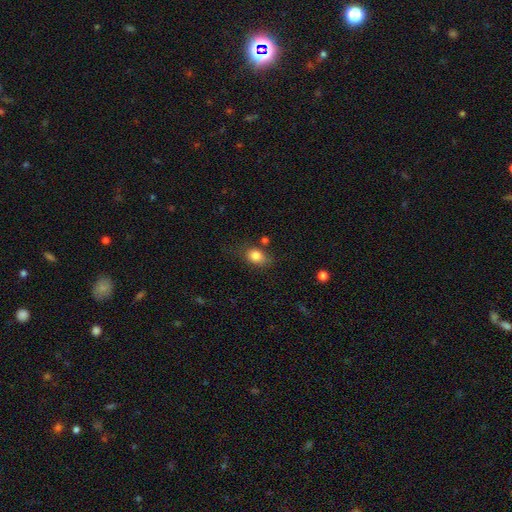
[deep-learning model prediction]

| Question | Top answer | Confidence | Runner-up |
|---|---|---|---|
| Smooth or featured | smooth | 83% | star or artifact (9%) |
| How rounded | in between | 69% | round (30%) |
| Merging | none | 67% | minor disturbance (21%) |